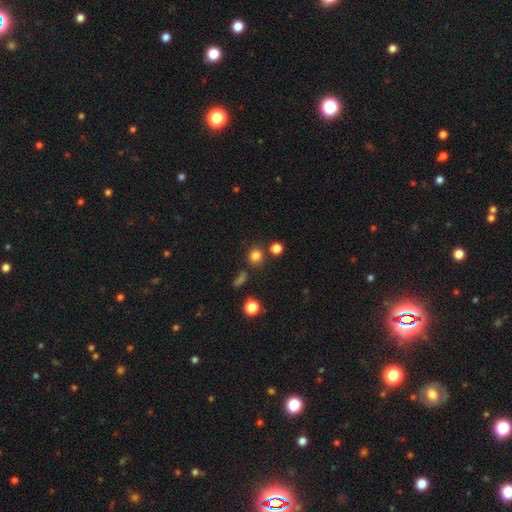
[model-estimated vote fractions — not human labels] The model was most divided on "smooth or featured": smooth: 79%, star or artifact: 15%, featured or disk: 6%. More confident: how rounded — round (84%); merging — none (78%).